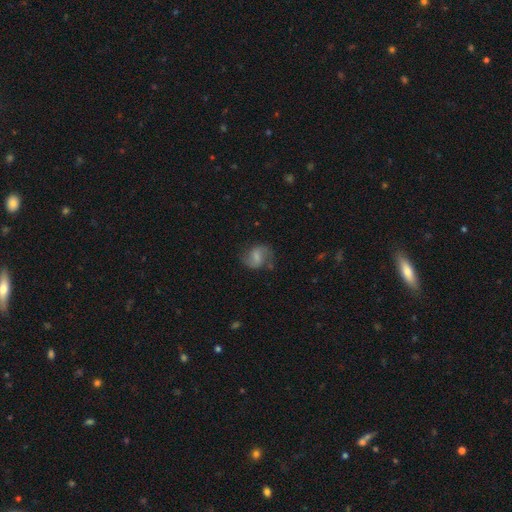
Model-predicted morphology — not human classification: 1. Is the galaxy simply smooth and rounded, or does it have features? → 63% featured or disk, 27% smooth, 10% star or artifact.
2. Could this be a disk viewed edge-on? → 97% no, 3% yes.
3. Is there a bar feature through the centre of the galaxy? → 51% weak, 30% no, 19% strong.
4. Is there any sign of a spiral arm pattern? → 91% yes, 9% no.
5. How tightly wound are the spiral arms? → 45% medium, 39% loose, 15% tight.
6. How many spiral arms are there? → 87% 2, 6% can't tell, 3% 1, 1% 3, 1% 4, 1% more than 4.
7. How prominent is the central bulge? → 42% small, 31% moderate, 20% none, 5% large, 1% dominant.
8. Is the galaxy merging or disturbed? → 73% none, 17% minor disturbance, 8% major disturbance, 2% merger.